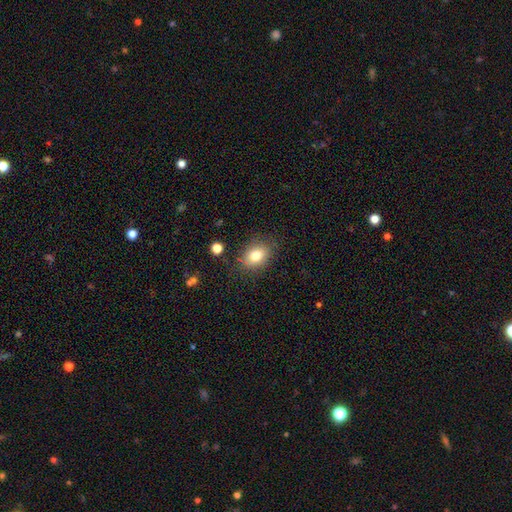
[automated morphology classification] The model was most divided on "how rounded": in between: 66%, round: 33%, cigar-shaped: 1%. More confident: merging — none (83%); smooth or featured — smooth (80%).